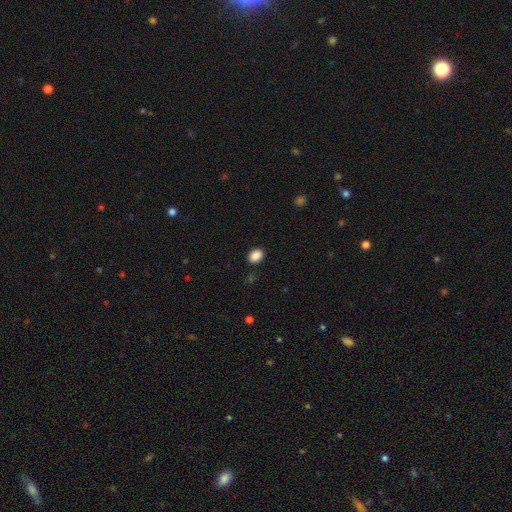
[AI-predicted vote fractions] Overall: smooth (89%). How rounded: in between (71%). Merging: none (88%).